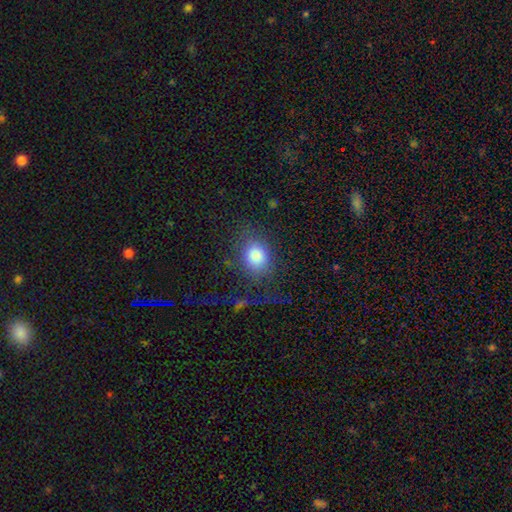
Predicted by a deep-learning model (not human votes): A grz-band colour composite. It shows a smooth galaxy with no disk features (78%) that is in between round and cigar-shaped (54%). Merging: none (58%).